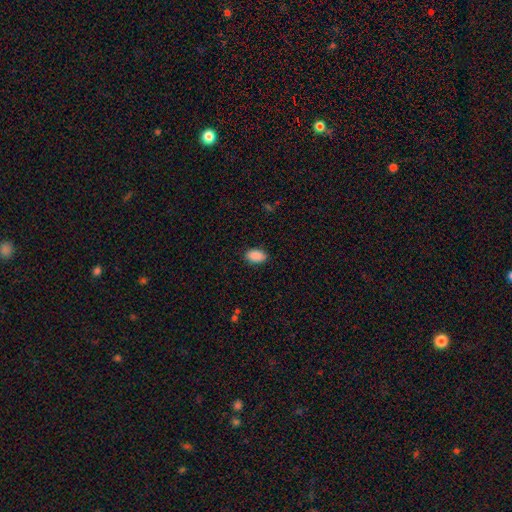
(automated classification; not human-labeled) Morphology: type=smooth (90%); roundness=in between (91%); merging=none (87%).